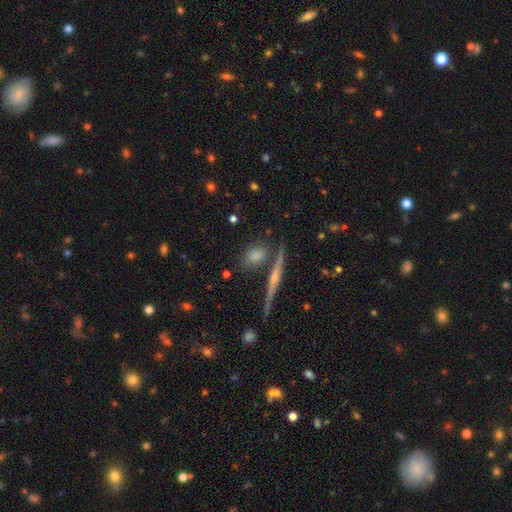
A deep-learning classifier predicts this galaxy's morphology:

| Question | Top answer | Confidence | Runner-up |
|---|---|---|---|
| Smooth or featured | smooth | 71% | featured or disk (18%) |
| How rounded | in between | 51% | round (37%) |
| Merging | none | 72% | minor disturbance (14%) |